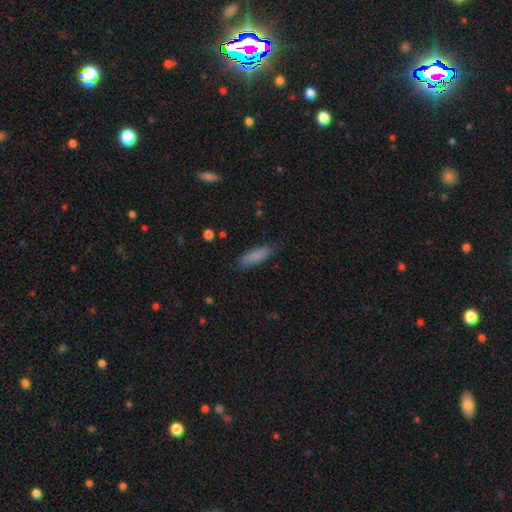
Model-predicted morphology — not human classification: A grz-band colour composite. It shows a smooth galaxy with no disk features (85%) that is cigar-shaped (60%). Merging: none (82%).